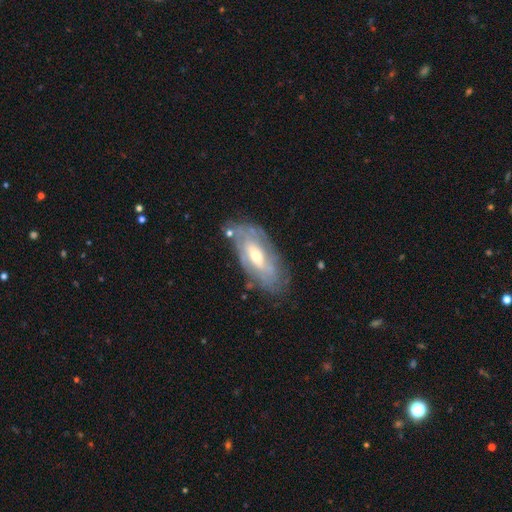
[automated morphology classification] Smooth or featured?
  - featured or disk: 73% *
  - smooth: 21%
  - star or artifact: 6%
Edge-on disk?
  - no: 87% *
  - yes: 13%
Bar?
  - no: 43% *
  - weak: 41%
  - strong: 16%
Spiral arms?
  - yes: 69% *
  - no: 31%
Bulge size?
  - moderate: 69% *
  - small: 18%
  - large: 11%
  - none: 1%
  - dominant: 1%
Merging?
  - none: 70% *
  - minor disturbance: 20%
  - major disturbance: 7%
  - merger: 3%